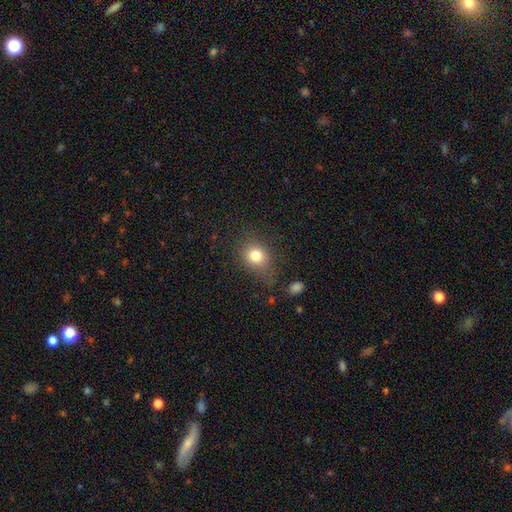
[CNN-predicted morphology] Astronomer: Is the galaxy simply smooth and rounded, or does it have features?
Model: smooth — 79%.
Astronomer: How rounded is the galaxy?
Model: round — 63%.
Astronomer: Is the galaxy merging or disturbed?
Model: none — 68%.